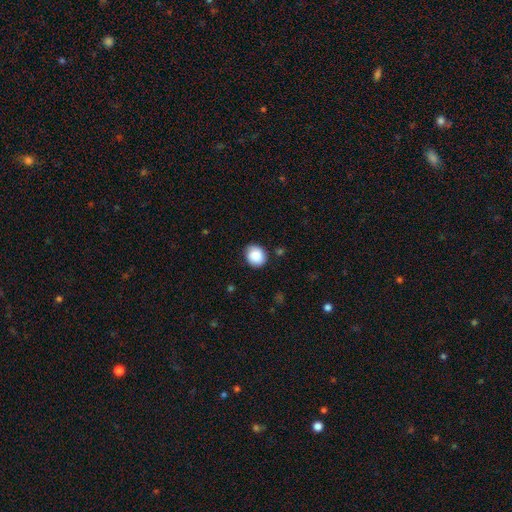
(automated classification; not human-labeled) This is clearly a smooth galaxy (87%). How rounded: likely round (74%). Merging: clearly none (84%).